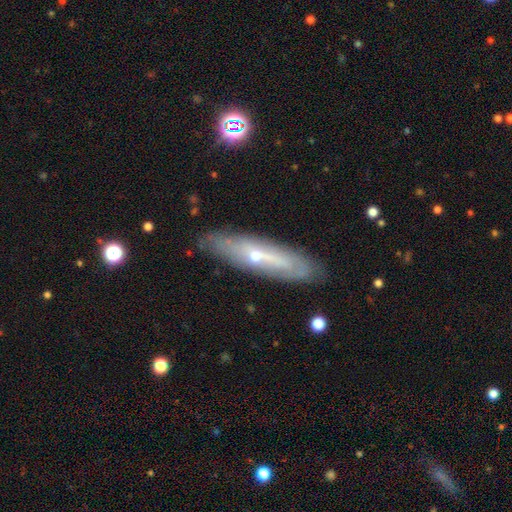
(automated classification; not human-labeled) Morphology: type=featured or disk (64%); edge-on=no (52%); merging=none (79%).